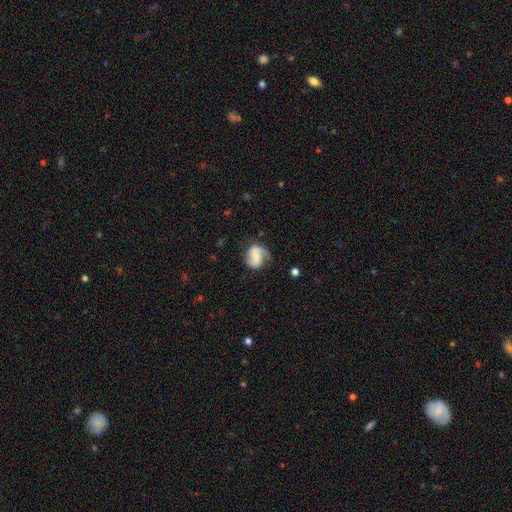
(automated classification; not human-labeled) featured or disk 64%, smooth 28%, star or artifact 7%. Down the decision tree: edge-on disk — no (98%); bar — weak (41%); spiral arms — yes (90%); spiral arm count — 2 (70%); spiral winding — medium (42%); bulge size — small (48%); merging — none (57%).